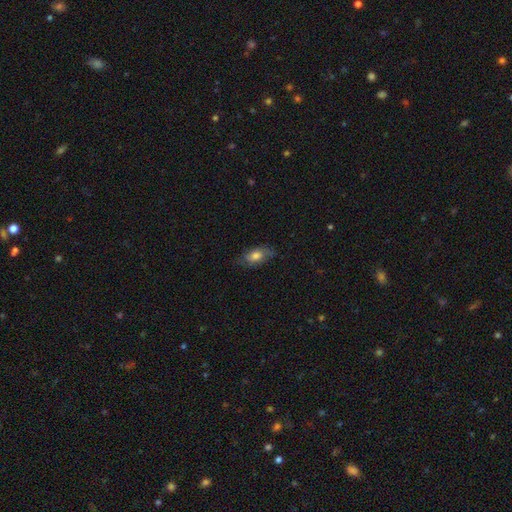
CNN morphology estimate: Smooth or featured?
  - smooth: 70% *
  - featured or disk: 23%
  - star or artifact: 7%
How rounded?
  - in between: 86% *
  - cigar-shaped: 8%
  - round: 6%
Merging?
  - none: 72% *
  - minor disturbance: 21%
  - major disturbance: 5%
  - merger: 1%